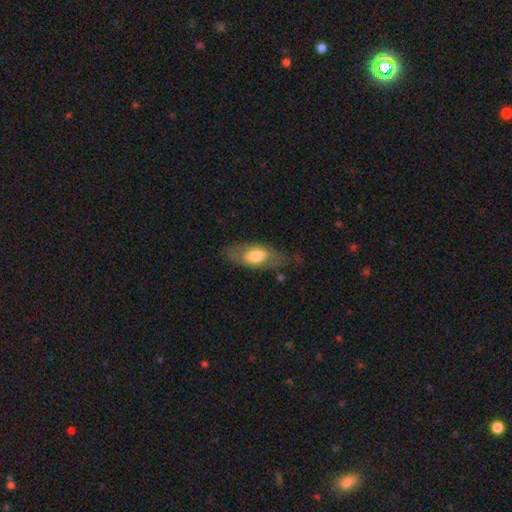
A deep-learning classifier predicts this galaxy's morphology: smooth_or_featured: smooth (p=0.59) [alt: featured or disk p=0.35]
how_rounded: in between (p=0.86) [alt: cigar-shaped p=0.11]
merging: none (p=0.65) [alt: minor disturbance p=0.22]